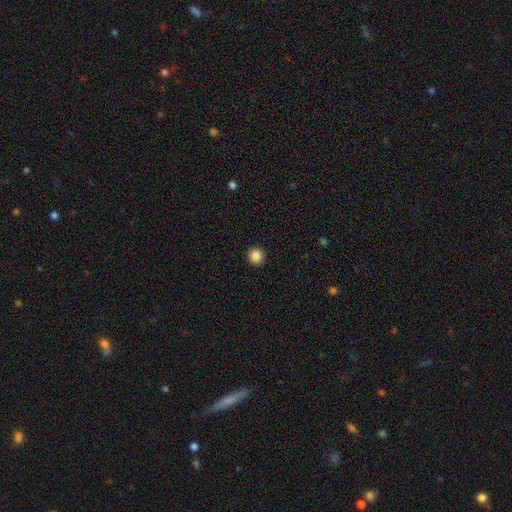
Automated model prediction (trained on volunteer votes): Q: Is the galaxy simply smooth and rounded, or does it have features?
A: smooth — 86%.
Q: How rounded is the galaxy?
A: round — 93%.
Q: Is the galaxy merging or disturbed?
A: none — 93%.